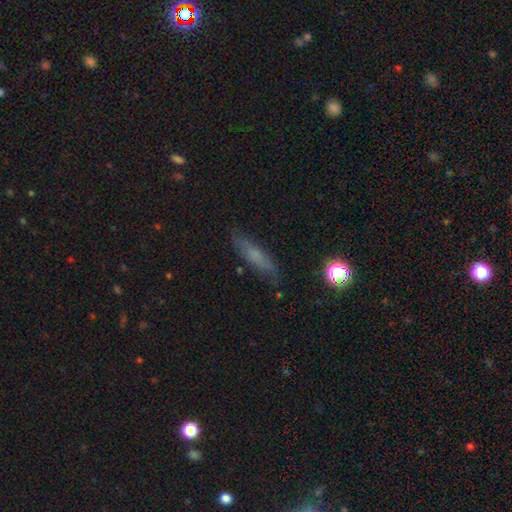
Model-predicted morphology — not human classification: Overall: smooth (57%; featured or disk 30%). How rounded: cigar-shaped (75%). Merging: none (79%).